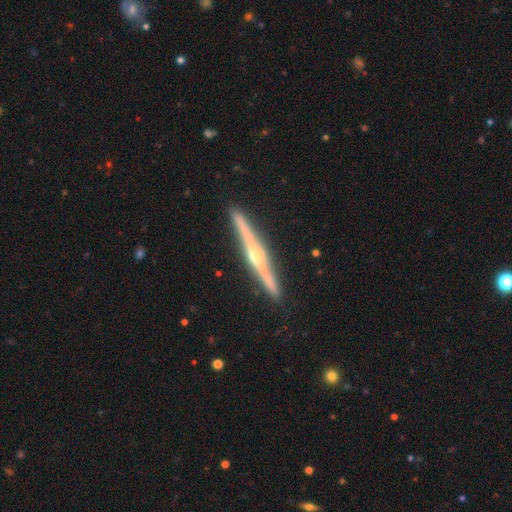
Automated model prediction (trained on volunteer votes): Smooth or featured? Predicted: featured or disk (p=0.85). Edge-on disk? Predicted: yes (p=0.98). Edge-on bulge? Predicted: rounded (p=0.88). Merging? Predicted: none (p=0.91).